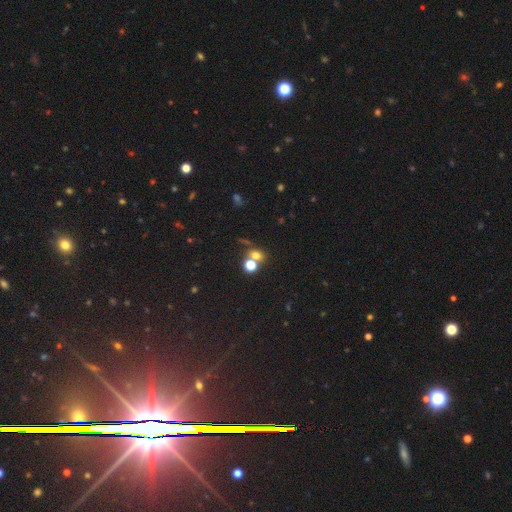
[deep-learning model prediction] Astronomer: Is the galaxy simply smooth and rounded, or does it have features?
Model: smooth — 62%.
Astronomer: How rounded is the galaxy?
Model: round — 68%.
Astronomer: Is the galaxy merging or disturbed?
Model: none — 48% (runner-up: merger, 37%).